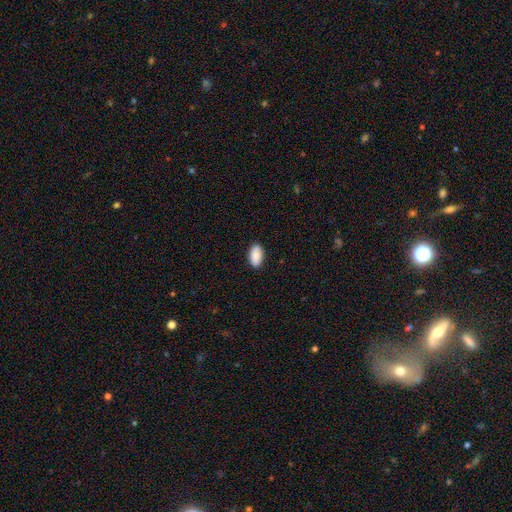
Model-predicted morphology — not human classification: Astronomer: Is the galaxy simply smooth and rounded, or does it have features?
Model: smooth — 89%.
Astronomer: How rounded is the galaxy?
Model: in between — 94%.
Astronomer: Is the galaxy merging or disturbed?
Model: none — 88%.